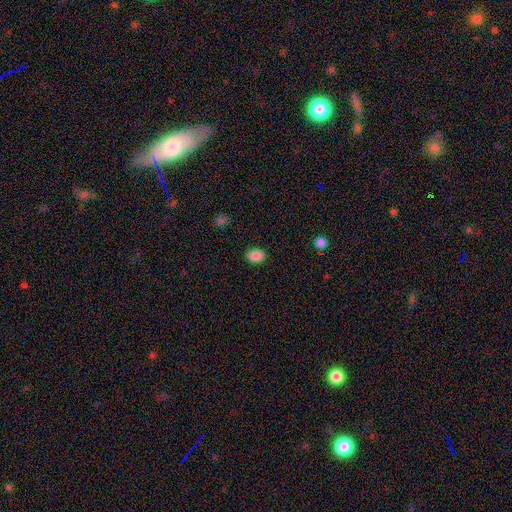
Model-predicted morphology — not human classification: Smooth or featured: smooth — 88% (star or artifact — 9%)
How rounded: in between — 65% (round — 34%)
Merging: none — 88% (minor disturbance — 8%)